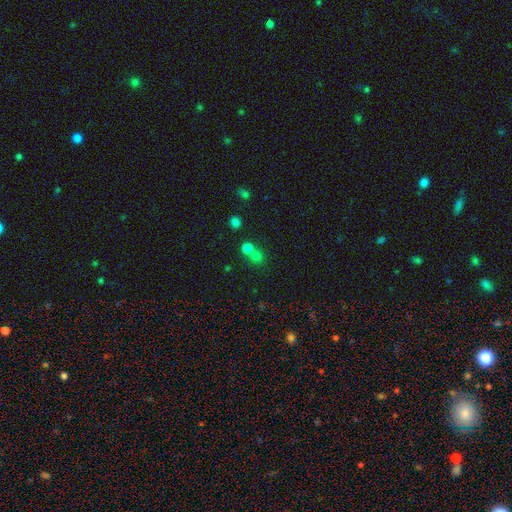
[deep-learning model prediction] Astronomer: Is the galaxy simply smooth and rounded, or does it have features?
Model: smooth — 72%.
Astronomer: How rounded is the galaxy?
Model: round — 85%.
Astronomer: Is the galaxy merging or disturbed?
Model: none — 50% (runner-up: merger, 42%).